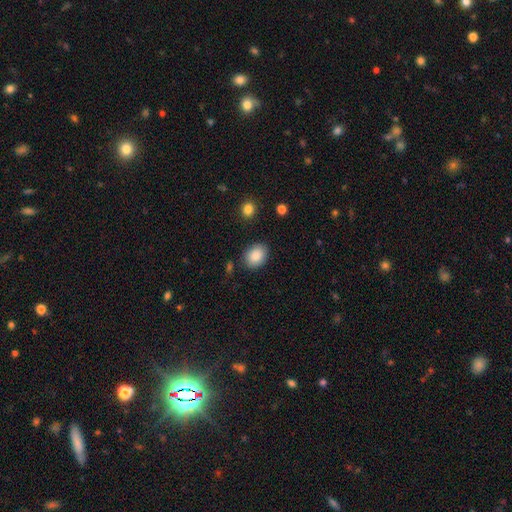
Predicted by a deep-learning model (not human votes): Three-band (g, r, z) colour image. It shows a smooth galaxy with no disk features (88%) that is in between round and cigar-shaped (64%). Merging: none (84%).